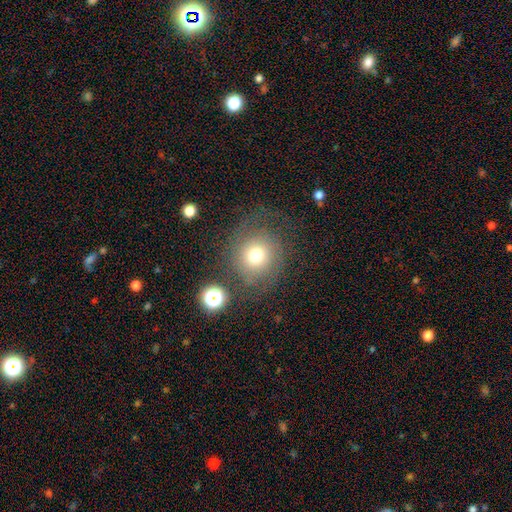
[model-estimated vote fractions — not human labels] This appears to be a smooth galaxy with no disk features (66%) that is round (87%). Merging: none (66%).